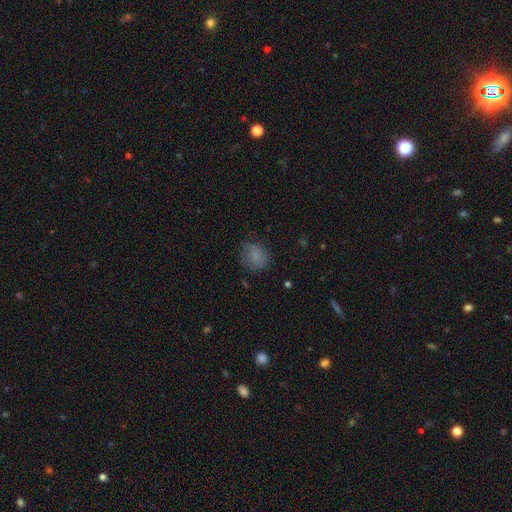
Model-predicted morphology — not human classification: Q: Smooth or featured?
A: smooth (78%); runner-up: star or artifact (12%)
Q: How rounded?
A: round (58%); runner-up: in between (41%)
Q: Merging?
A: none (65%); runner-up: minor disturbance (23%)